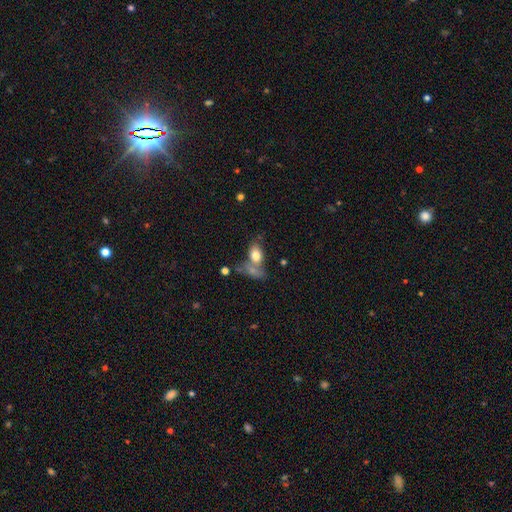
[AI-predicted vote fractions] smooth-or-featured: smooth: 77% | featured or disk: 15% | star or artifact: 8%
  how-rounded: in between: 84% | round: 12% | cigar-shaped: 4%
  merging: none: 41% | merger: 35% | minor disturbance: 15% | major disturbance: 9%